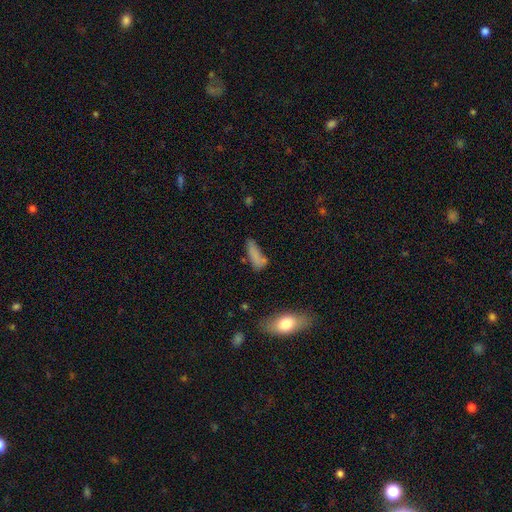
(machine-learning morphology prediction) Smooth or featured: smooth — 77% (featured or disk — 12%)
How rounded: cigar-shaped — 55% (in between — 42%)
Merging: none — 53% (minor disturbance — 25%)